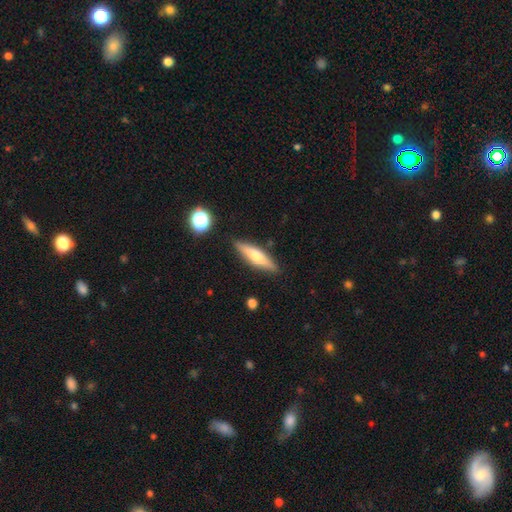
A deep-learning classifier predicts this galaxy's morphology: The model was most divided on "smooth or featured": smooth: 50%, featured or disk: 44%, star or artifact: 7%. More confident: merging — none (86%).